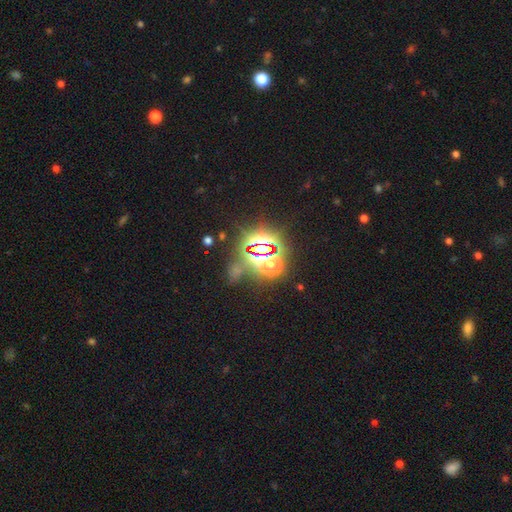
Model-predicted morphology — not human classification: Overall: star or artifact (82%).